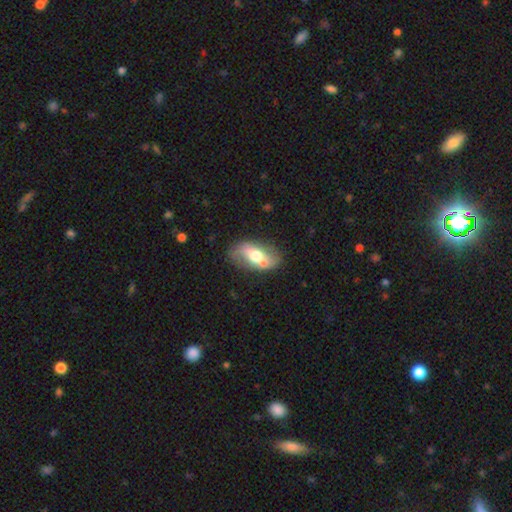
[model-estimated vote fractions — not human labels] Q: Smooth or featured?
A: featured or disk (50%); runner-up: smooth (44%)
Q: Edge-on disk?
A: no (85%); runner-up: yes (15%)
Q: Merging?
A: none (65%); runner-up: minor disturbance (19%)